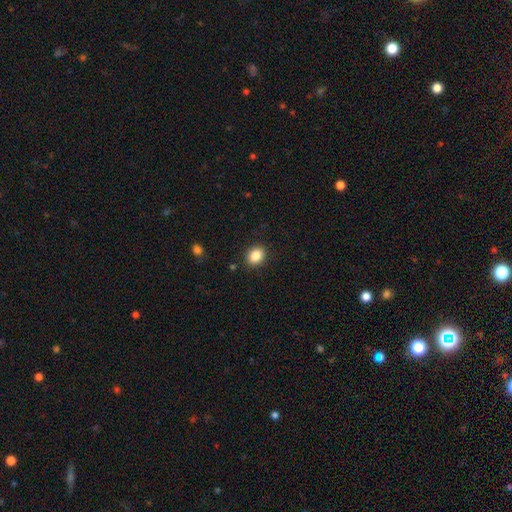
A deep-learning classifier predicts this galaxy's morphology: Q: Smooth or featured?
A: smooth (87%); runner-up: star or artifact (9%)
Q: How rounded?
A: in between (57%); runner-up: round (42%)
Q: Merging?
A: none (88%); runner-up: minor disturbance (8%)